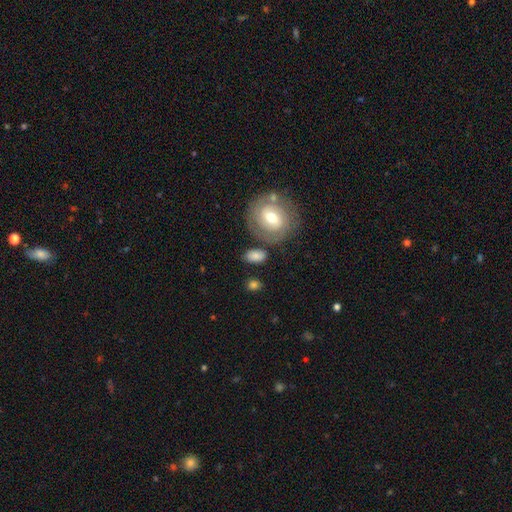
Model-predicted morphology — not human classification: Smooth or featured?
  - smooth: 74% *
  - featured or disk: 18%
  - star or artifact: 7%
How rounded?
  - in between: 80% *
  - round: 17%
  - cigar-shaped: 3%
Merging?
  - none: 70% *
  - minor disturbance: 16%
  - merger: 8%
  - major disturbance: 6%